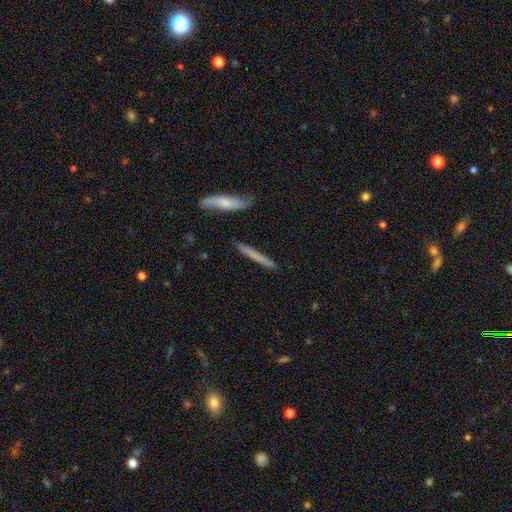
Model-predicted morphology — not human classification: This is possibly a smooth galaxy (59%). How rounded: clearly cigar-shaped (95%). Merging: clearly none (85%).